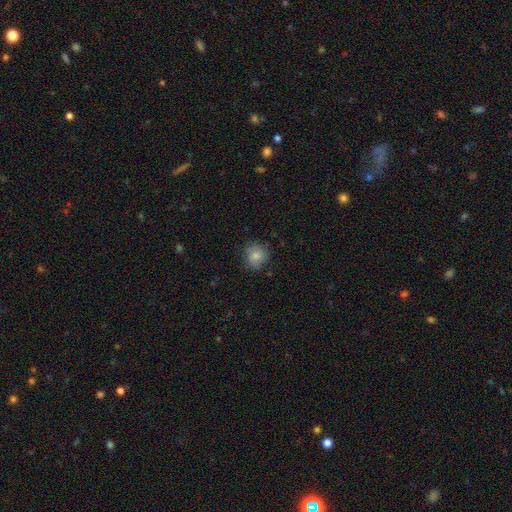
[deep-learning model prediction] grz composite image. It shows a smooth galaxy with no disk features (77%) that is round (84%). Merging: none (75%).